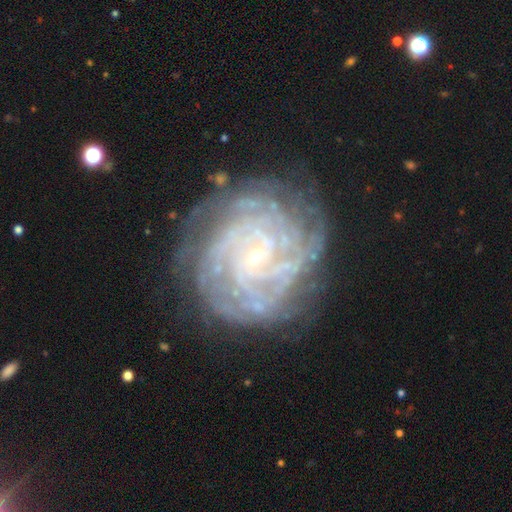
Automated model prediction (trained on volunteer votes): Smooth or featured? Predicted: featured or disk (p=0.87). Edge-on disk? Predicted: no (p=0.98). Bar? Predicted: no (p=0.47). Spiral arms? Predicted: yes (p=0.96). Spiral winding? Predicted: tight (p=0.79). Spiral arm count? Predicted: can't tell (p=0.32). Bulge size? Predicted: small (p=0.85). Merging? Predicted: none (p=0.78).